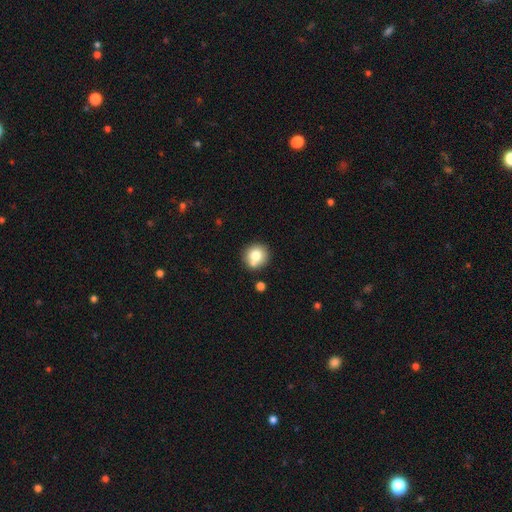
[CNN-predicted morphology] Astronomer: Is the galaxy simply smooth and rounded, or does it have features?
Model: smooth — 76%.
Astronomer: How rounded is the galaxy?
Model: round — 87%.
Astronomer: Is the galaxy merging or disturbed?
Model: none — 70%.